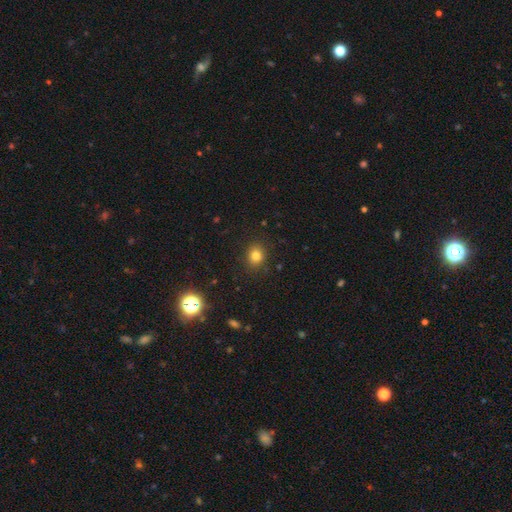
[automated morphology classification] Smooth or featured?
  - smooth: 80% *
  - star or artifact: 14%
  - featured or disk: 6%
How rounded?
  - round: 66% *
  - in between: 33%
  - cigar-shaped: 1%
Merging?
  - none: 87% *
  - minor disturbance: 9%
  - major disturbance: 3%
  - merger: 1%